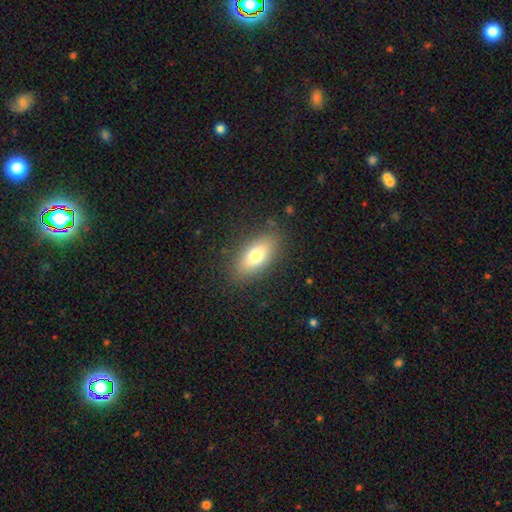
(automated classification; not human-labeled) Morphology: type=smooth (75%); roundness=in between (86%); merging=none (84%).